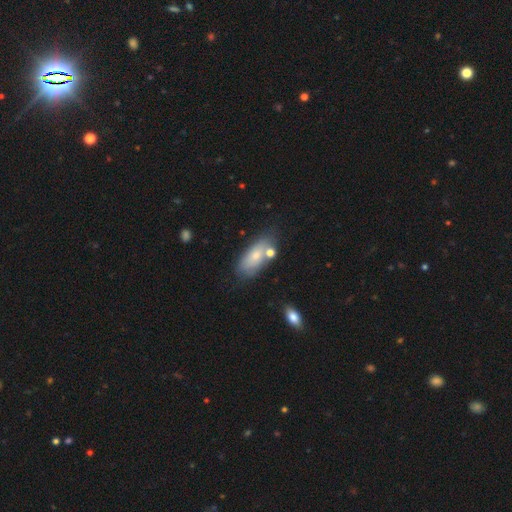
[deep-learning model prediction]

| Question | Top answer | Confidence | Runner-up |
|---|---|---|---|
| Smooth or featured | smooth | 71% | featured or disk (21%) |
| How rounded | in between | 86% | cigar-shaped (11%) |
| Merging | none | 61% | minor disturbance (20%) |